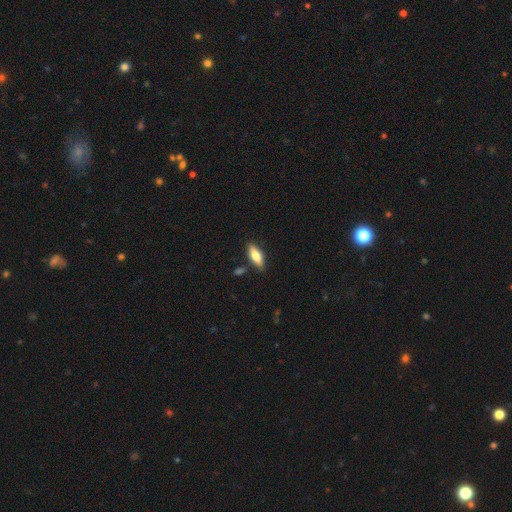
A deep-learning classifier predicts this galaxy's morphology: type=smooth (71%); roundness=in between (69%); merging=none (81%).